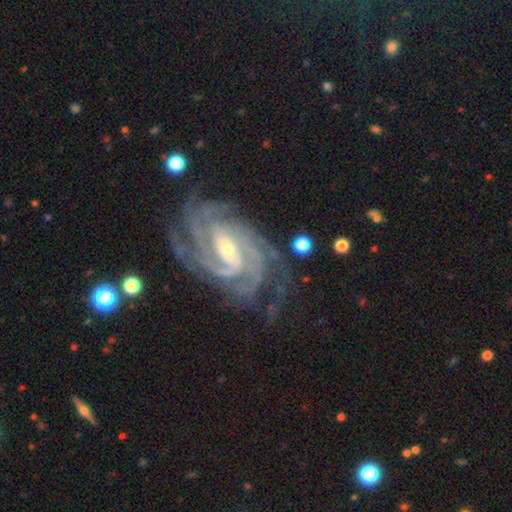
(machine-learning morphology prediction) type=featured or disk (90%); edge-on=no (97%); bar=strong (42%, tied with weak); spiral arms=yes (99%); winding=tight (77%); arm count=4 (30%); bulge=small (50%); merging=none (78%).